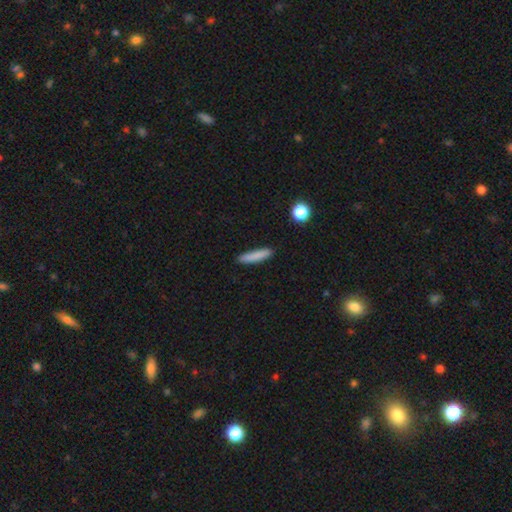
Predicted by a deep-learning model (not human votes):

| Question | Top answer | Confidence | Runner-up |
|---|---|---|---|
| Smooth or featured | smooth | 83% | featured or disk (9%) |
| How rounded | cigar-shaped | 87% | in between (12%) |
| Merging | none | 87% | minor disturbance (9%) |